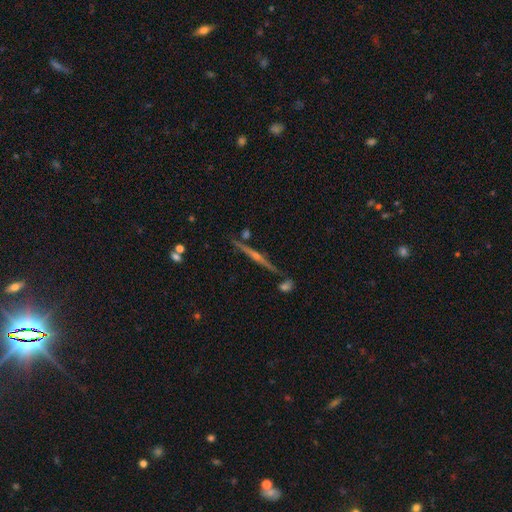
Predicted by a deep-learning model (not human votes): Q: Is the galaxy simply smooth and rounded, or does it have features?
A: featured or disk — 83%.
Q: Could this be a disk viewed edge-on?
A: yes — 98%.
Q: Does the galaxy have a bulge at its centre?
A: rounded — 82%.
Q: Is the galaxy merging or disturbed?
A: none — 85%.